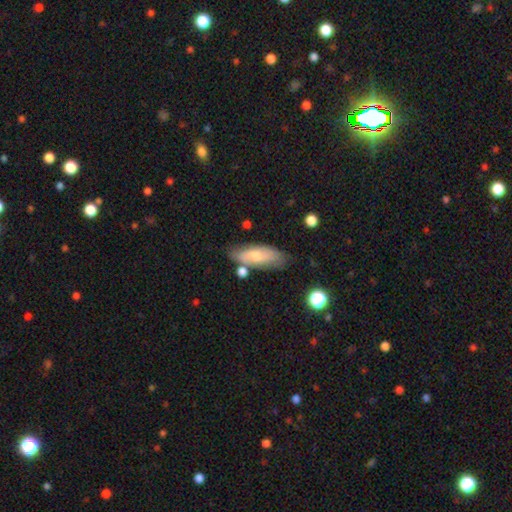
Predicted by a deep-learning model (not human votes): The model was most divided on "smooth or featured": smooth: 60%, featured or disk: 32%, star or artifact: 7%. More confident: merging — none (69%); how rounded — in between (68%).